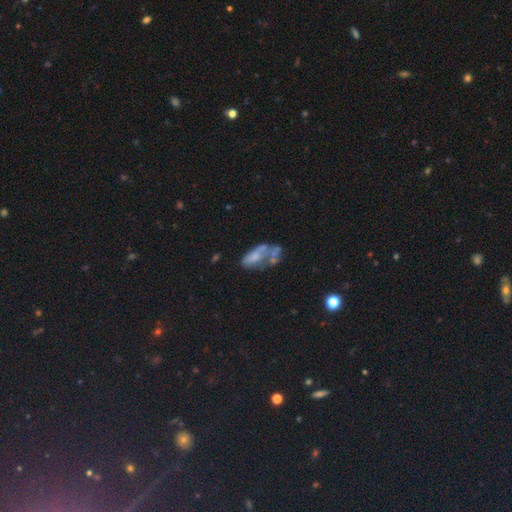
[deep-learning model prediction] smooth_or_featured: featured or disk (p=0.46) [alt: smooth p=0.43]
merging: major disturbance (p=0.29) [alt: merger p=0.27]